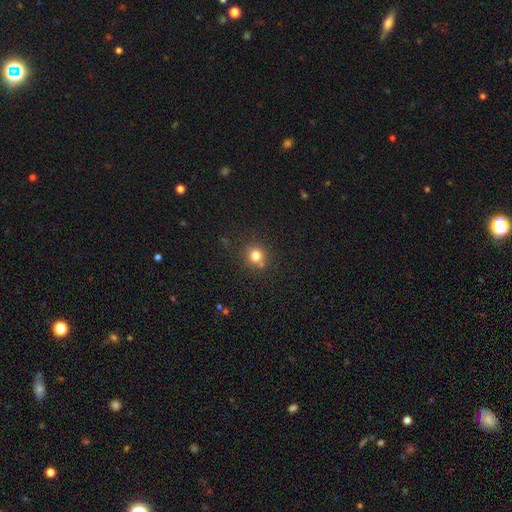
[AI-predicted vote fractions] smooth-or-featured: smooth: 78% | star or artifact: 15% | featured or disk: 7%
  how-rounded: round: 89% | in between: 10% | cigar-shaped: 1%
  merging: none: 78% | minor disturbance: 10% | merger: 8% | major disturbance: 3%